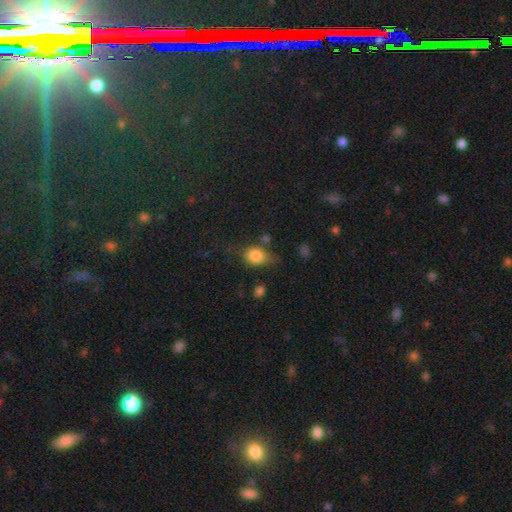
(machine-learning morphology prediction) A smooth galaxy with no disk features (82%) that is in between round and cigar-shaped (54%). Merging: none (52%).